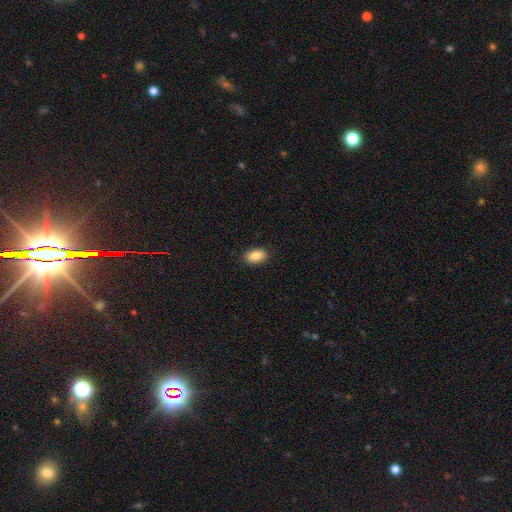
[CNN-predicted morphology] The model was most divided on "smooth or featured": smooth: 87%, star or artifact: 7%, featured or disk: 6%. More confident: how rounded — in between (91%); merging — none (89%).